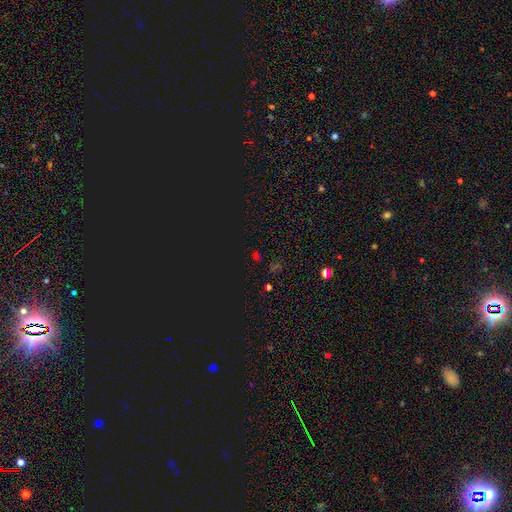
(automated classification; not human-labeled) Overall: star or artifact (73%).